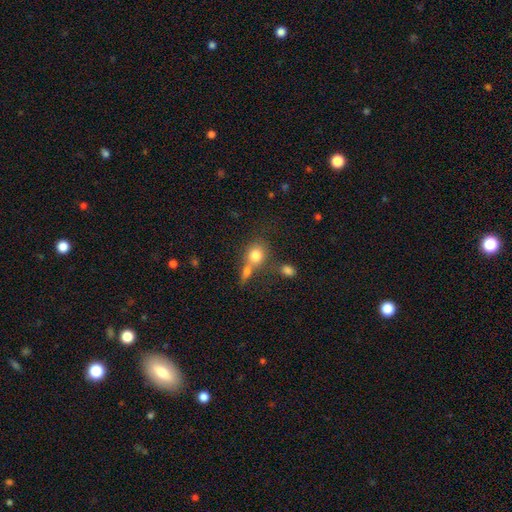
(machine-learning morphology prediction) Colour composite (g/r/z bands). It shows a smooth galaxy with no disk features (78%) that is round (67%). Merging: merger (45%).